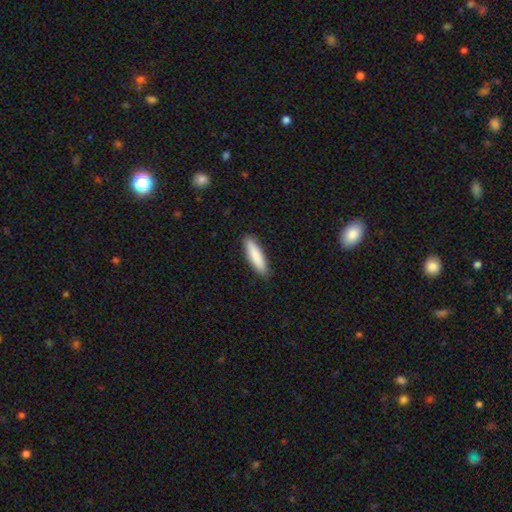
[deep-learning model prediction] Smooth or featured? Predicted: smooth (p=0.87). How rounded? Predicted: cigar-shaped (p=0.73). Merging? Predicted: none (p=0.89).